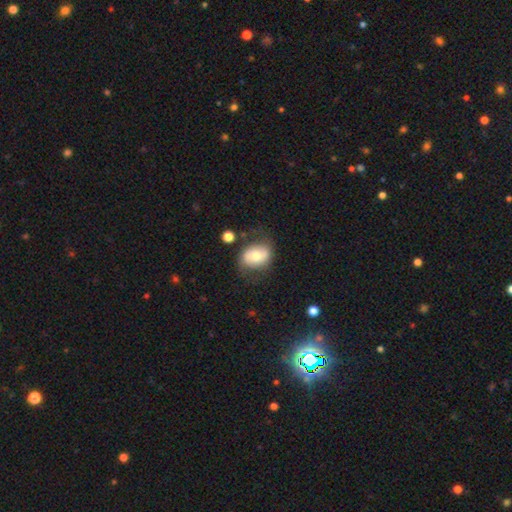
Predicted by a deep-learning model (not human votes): Overall: smooth (55%; featured or disk 37%). How rounded: in between (67%; round 31%). Merging: none (62%; minor disturbance 23%).